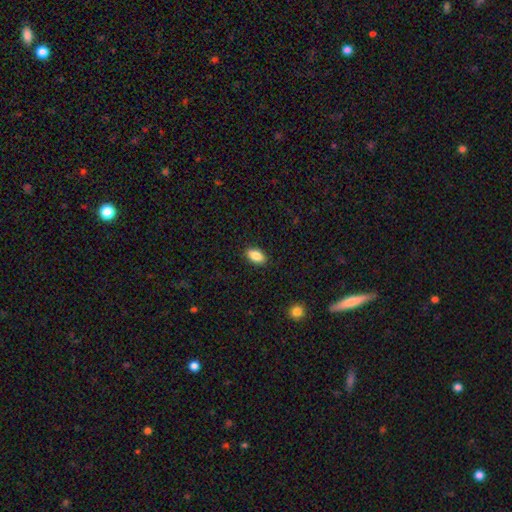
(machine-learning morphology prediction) Smooth or featured: smooth — 86% (star or artifact — 8%)
How rounded: in between — 90% (cigar-shaped — 5%)
Merging: none — 89% (minor disturbance — 8%)